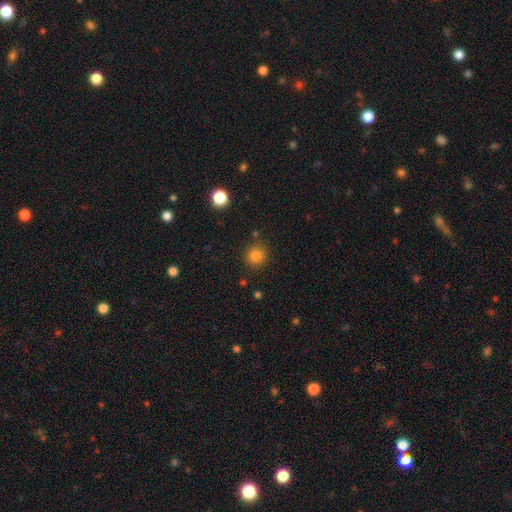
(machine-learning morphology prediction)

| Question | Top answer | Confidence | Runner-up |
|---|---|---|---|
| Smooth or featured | smooth | 82% | star or artifact (13%) |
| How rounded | round | 90% | in between (9%) |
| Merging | none | 85% | minor disturbance (9%) |